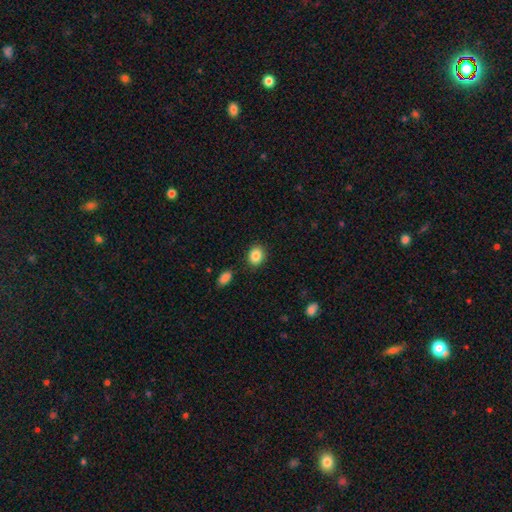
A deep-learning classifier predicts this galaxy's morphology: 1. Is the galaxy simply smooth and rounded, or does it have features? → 87% smooth, 9% star or artifact, 5% featured or disk.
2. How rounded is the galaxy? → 58% round, 41% in between, 1% cigar-shaped.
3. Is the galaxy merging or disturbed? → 86% none, 8% minor disturbance, 3% merger, 2% major disturbance.